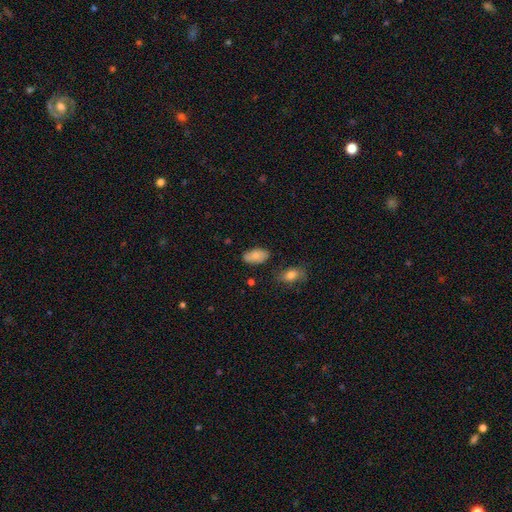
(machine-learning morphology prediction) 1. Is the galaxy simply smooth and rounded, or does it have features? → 84% smooth, 9% featured or disk, 7% star or artifact.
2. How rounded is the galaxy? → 94% in between, 3% round, 3% cigar-shaped.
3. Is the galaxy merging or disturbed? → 80% none, 14% minor disturbance, 3% major disturbance, 3% merger.